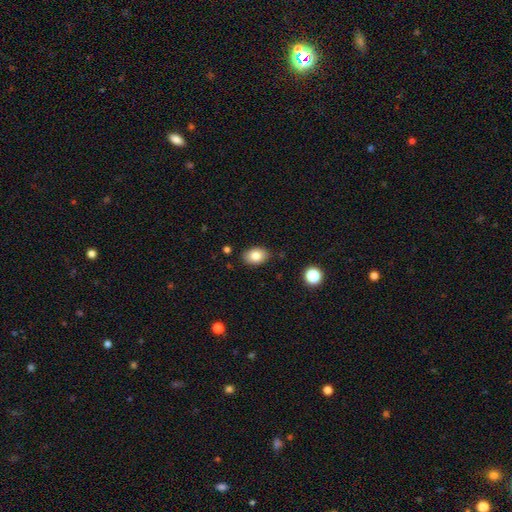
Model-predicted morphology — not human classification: type=smooth (83%); roundness=in between (81%); merging=none (85%).